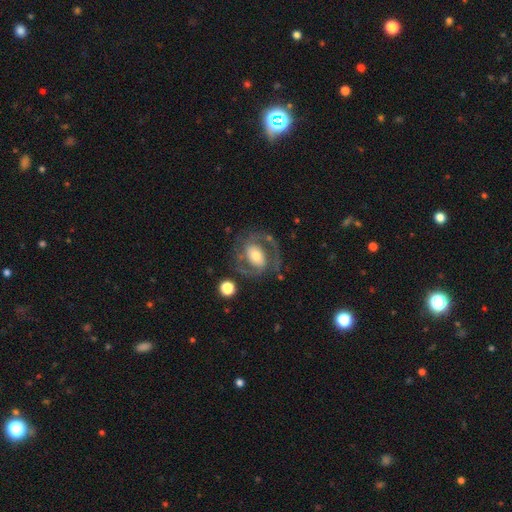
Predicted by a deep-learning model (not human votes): smooth-or-featured: featured or disk: 82% | smooth: 13% | star or artifact: 6%
  disk-edge-on: no: 97% | yes: 3%
    bar: no: 40% | weak: 35% | strong: 25%
    has-spiral-arms: yes: 90% | no: 10%
      spiral-winding: medium: 54% | tight: 30% | loose: 16%
      spiral-arm-count: 2: 88% | can't tell: 5% | 1: 3% | 3: 2% | 4: 1% | more than 4: 1%
    bulge-size: moderate: 57% | small: 21% | large: 17% | dominant: 2% | none: 2%
  merging: none: 70% | minor disturbance: 15% | major disturbance: 13% | merger: 3%